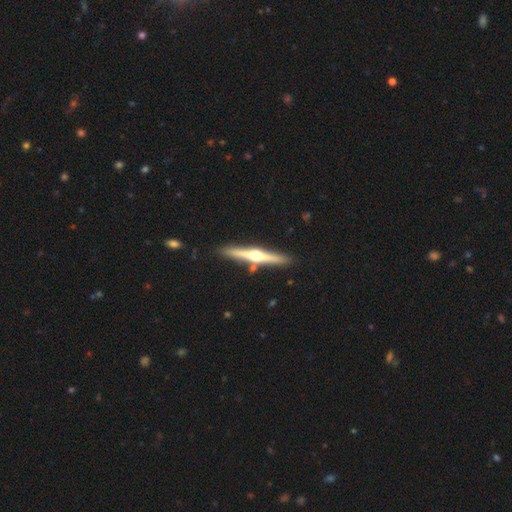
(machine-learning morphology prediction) This is likely a featured or disk galaxy (74%). It is clearly viewed edge-on (98%). Edge-on bulge: clearly rounded (94%). Merging: clearly none (87%).